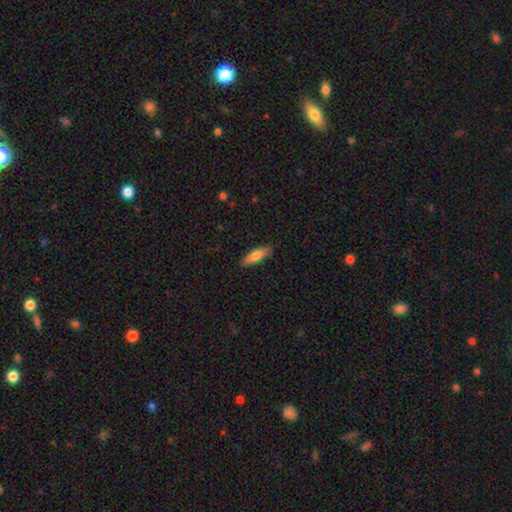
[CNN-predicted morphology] The model was most divided on "how rounded" (2-way tie): cigar-shaped: 49%, in between: 49%, round: 2%. More confident: merging — none (88%); smooth or featured — smooth (70%).